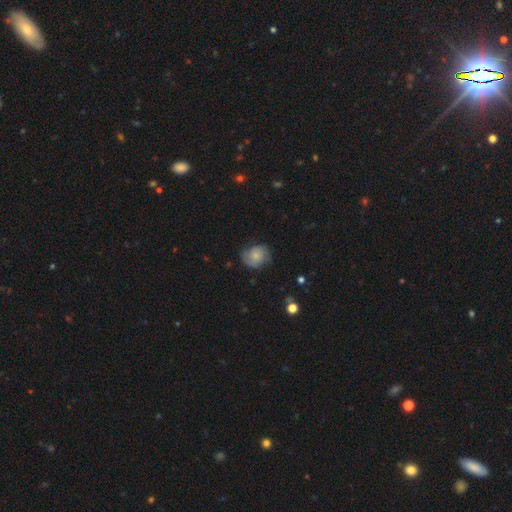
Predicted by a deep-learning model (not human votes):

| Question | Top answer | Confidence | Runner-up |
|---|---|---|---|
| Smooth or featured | smooth | 54% | featured or disk (37%) |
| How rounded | round | 67% | in between (32%) |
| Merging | none | 63% | minor disturbance (26%) |